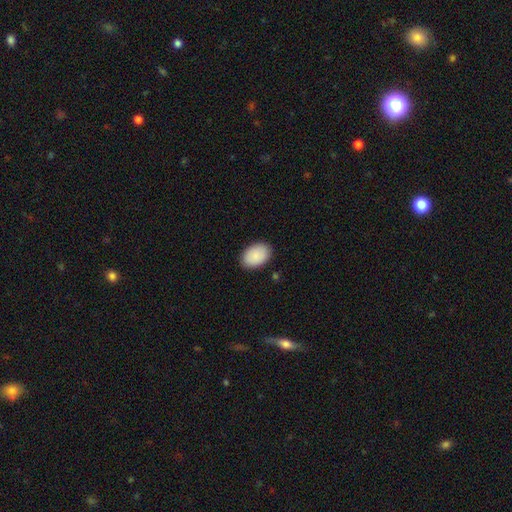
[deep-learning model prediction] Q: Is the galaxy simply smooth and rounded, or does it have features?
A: smooth — 90%.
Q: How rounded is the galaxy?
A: in between — 88%.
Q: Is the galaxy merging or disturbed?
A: none — 88%.